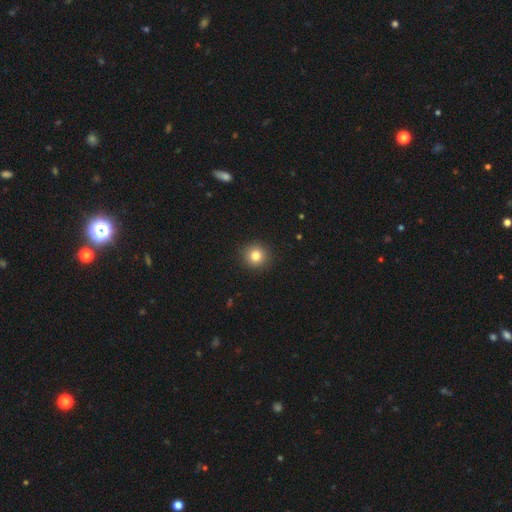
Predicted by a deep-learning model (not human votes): Smooth or featured? Predicted: smooth (p=0.81). How rounded? Predicted: round (p=0.93). Merging? Predicted: none (p=0.92).